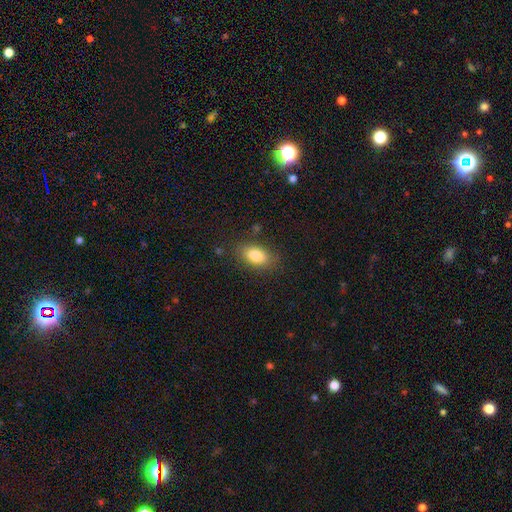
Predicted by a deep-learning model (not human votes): This appears to be a smooth galaxy with no disk features (83%) that is in between round and cigar-shaped (88%). Merging: none (82%).